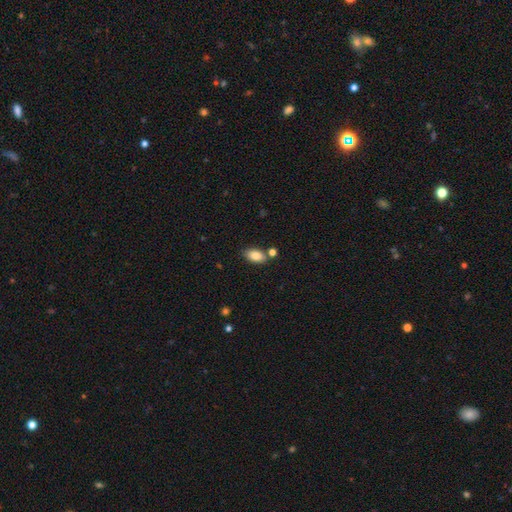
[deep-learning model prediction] smooth_or_featured: smooth (p=0.86) [alt: star or artifact p=0.08]
how_rounded: in between (p=0.92) [alt: round p=0.05]
merging: none (p=0.73) [alt: minor disturbance p=0.13]